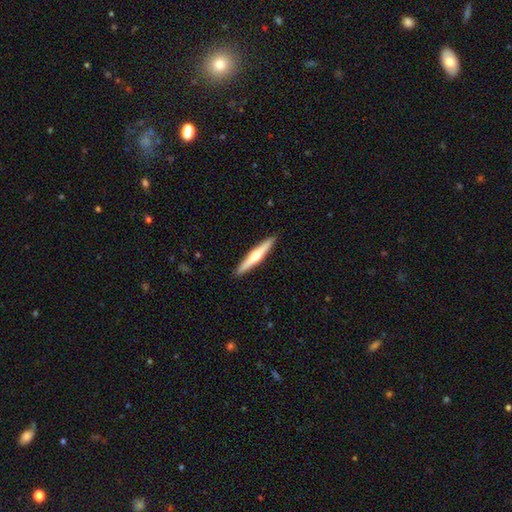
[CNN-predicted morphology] Overall: featured or disk (56%; smooth 40%). Edge-on disk: yes (97%). Edge-on bulge: rounded (84%). Merging: none (92%).